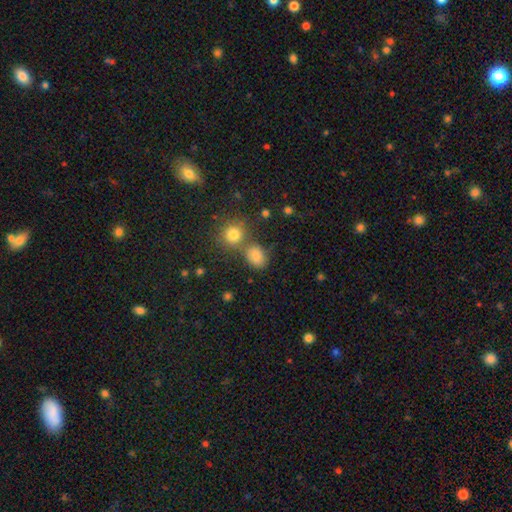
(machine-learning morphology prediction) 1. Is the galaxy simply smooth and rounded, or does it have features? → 80% smooth, 13% star or artifact, 7% featured or disk.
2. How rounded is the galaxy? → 65% in between, 34% round, 1% cigar-shaped.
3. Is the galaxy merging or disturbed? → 63% none, 19% merger, 13% minor disturbance, 5% major disturbance.